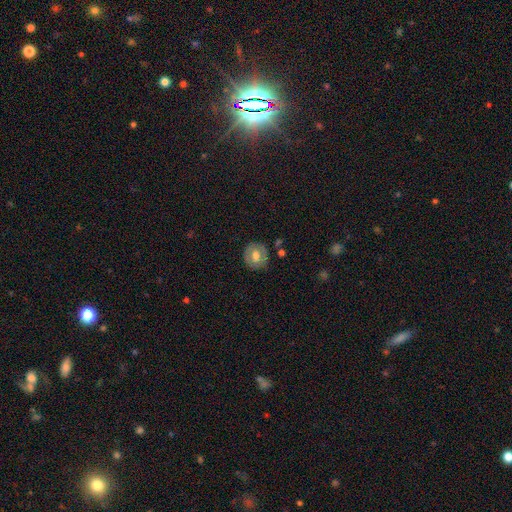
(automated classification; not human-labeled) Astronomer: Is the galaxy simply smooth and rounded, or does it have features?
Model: smooth — 53% (runner-up: featured or disk, 40%).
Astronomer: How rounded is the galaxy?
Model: round — 78%.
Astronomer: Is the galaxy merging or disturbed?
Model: none — 82%.